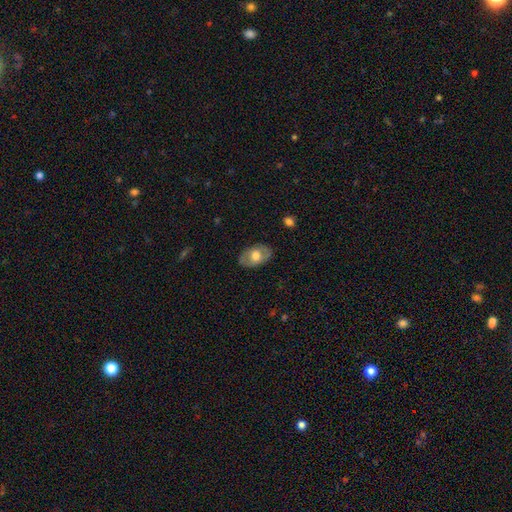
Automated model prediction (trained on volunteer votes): smooth-or-featured: smooth: 55% | featured or disk: 39% | star or artifact: 6%
  how-rounded: in between: 87% | round: 12% | cigar-shaped: 1%
  merging: none: 82% | minor disturbance: 14% | major disturbance: 4% | merger: 1%